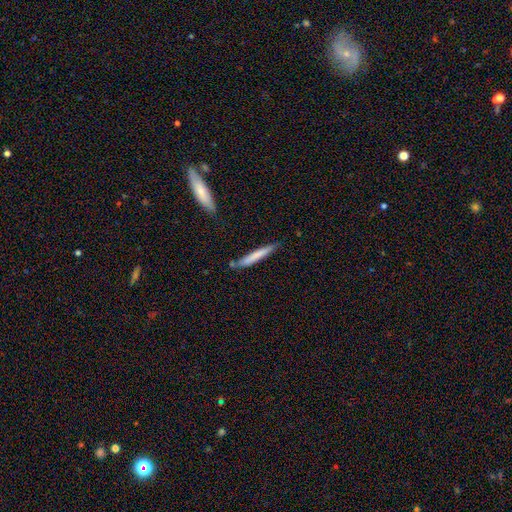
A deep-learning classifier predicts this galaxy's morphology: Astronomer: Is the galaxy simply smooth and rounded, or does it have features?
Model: smooth — 70%.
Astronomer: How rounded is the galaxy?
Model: cigar-shaped — 95%.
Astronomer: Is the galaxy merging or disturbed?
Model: none — 77%.